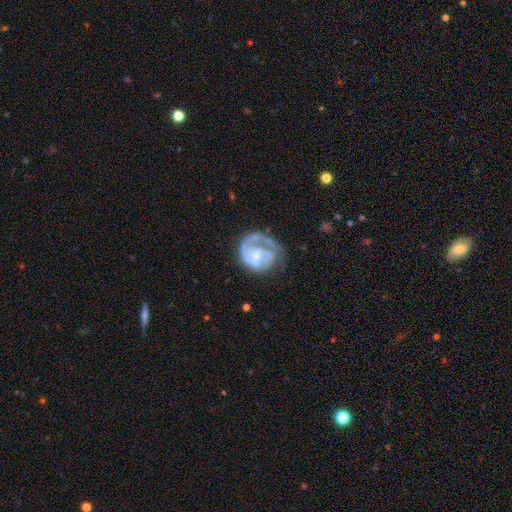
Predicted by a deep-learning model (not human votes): This appears to be a featured or disk galaxy (79%) with no bar (59%), 1 (45%) tight (50%) spiral arms (89%) and a small central bulge (46%). Merging: none (50%).